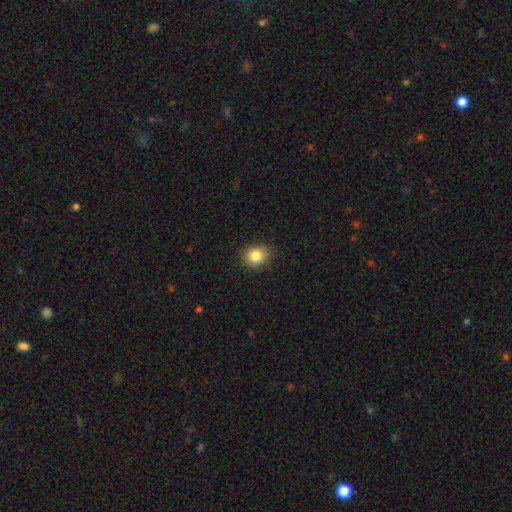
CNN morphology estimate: smooth 84%, star or artifact 10%, featured or disk 6%. Down the decision tree: how rounded — round (60%); merging — none (84%).